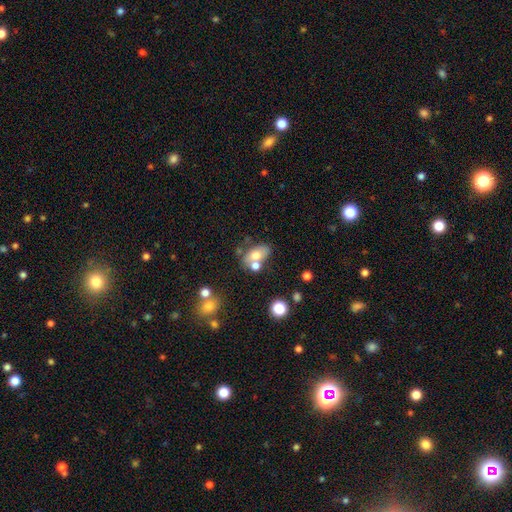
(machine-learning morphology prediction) type=smooth (67%); roundness=in between (83%); merging=none (47%).